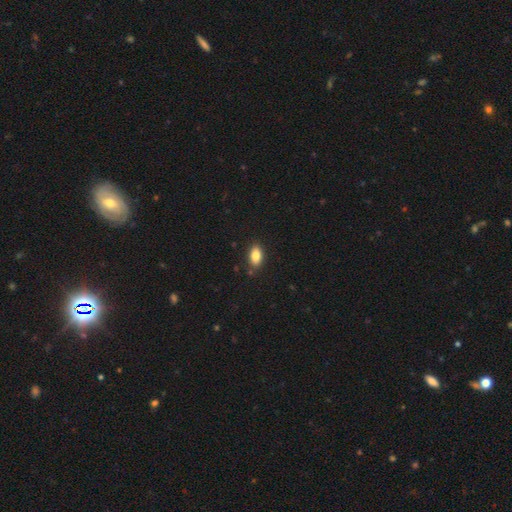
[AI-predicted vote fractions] Smooth or featured?
  - smooth: 84% *
  - featured or disk: 8%
  - star or artifact: 8%
How rounded?
  - in between: 90% *
  - round: 6%
  - cigar-shaped: 4%
Merging?
  - none: 86% *
  - minor disturbance: 10%
  - major disturbance: 2%
  - merger: 2%